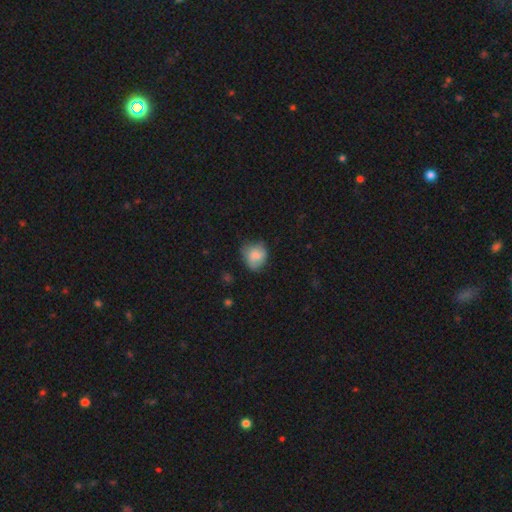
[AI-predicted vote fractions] smooth-or-featured: smooth: 74% | featured or disk: 18% | star or artifact: 8%
  how-rounded: round: 63% | in between: 36% | cigar-shaped: 1%
  merging: none: 54% | minor disturbance: 33% | major disturbance: 12% | merger: 2%